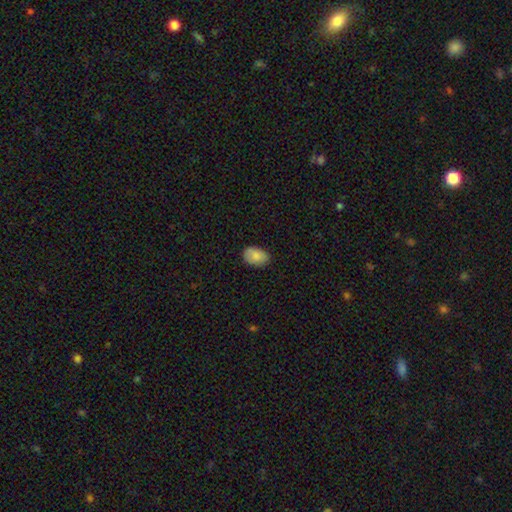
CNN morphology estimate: Smooth or featured? smooth (87%)
How rounded? in between (85%)
Merging? none (80%)